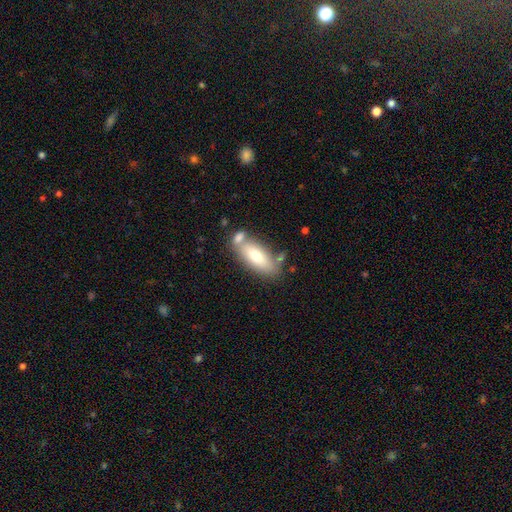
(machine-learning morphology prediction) This appears to be a smooth galaxy with no disk features (71%) that is in between round and cigar-shaped (77%). Merging: none (57%).